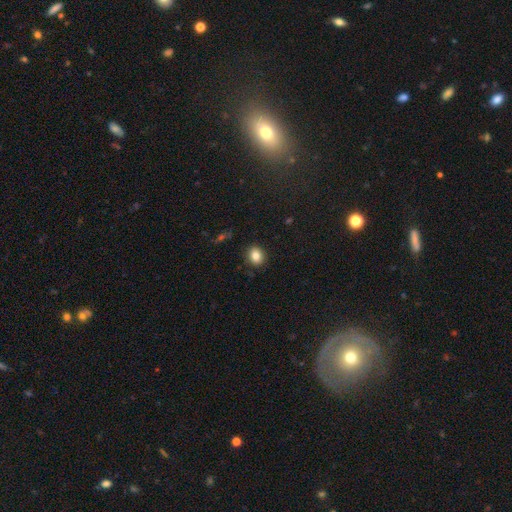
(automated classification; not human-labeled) A smooth galaxy with no disk features (83%) that is round (56%). Merging: none (89%).